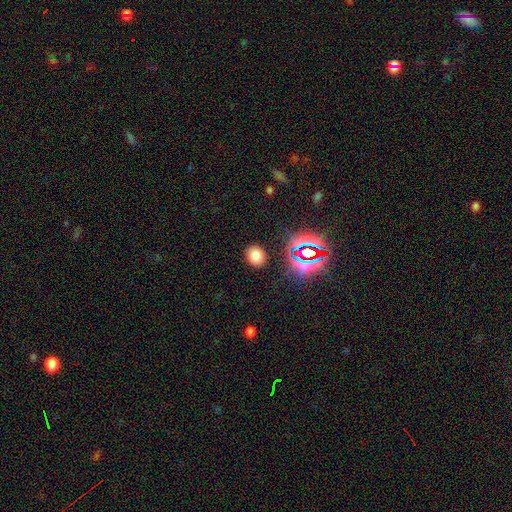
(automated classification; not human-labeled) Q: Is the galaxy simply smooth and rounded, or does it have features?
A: smooth — 72%.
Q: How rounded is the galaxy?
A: round — 57%.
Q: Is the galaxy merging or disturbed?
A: none — 87%.